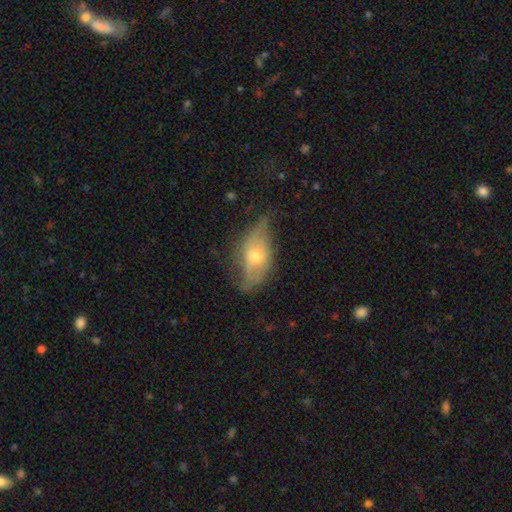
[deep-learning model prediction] Smooth or featured?
  - smooth: 46% * (tied)
  - featured or disk: 46% * (tied)
  - star or artifact: 8%
Merging?
  - none: 49% *
  - minor disturbance: 35%
  - major disturbance: 14%
  - merger: 2%